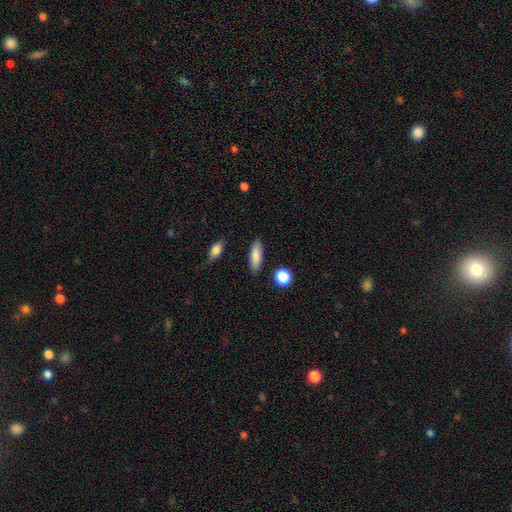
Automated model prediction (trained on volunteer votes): The model was most divided on "how rounded": in between: 56%, cigar-shaped: 41%, round: 3%. More confident: merging — none (86%); smooth or featured — smooth (84%).